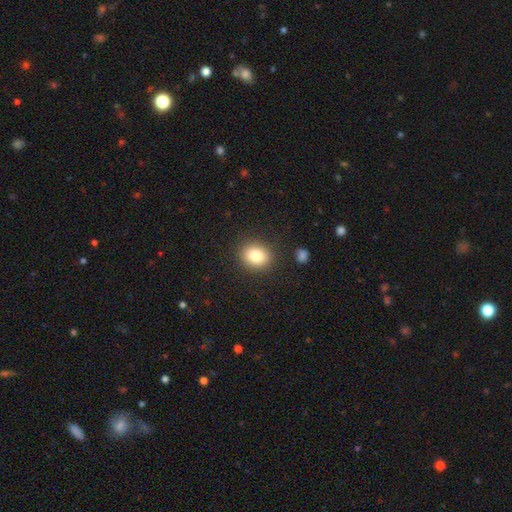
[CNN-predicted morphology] Overall: smooth (86%). How rounded: round (58%; in between 41%). Merging: none (86%).